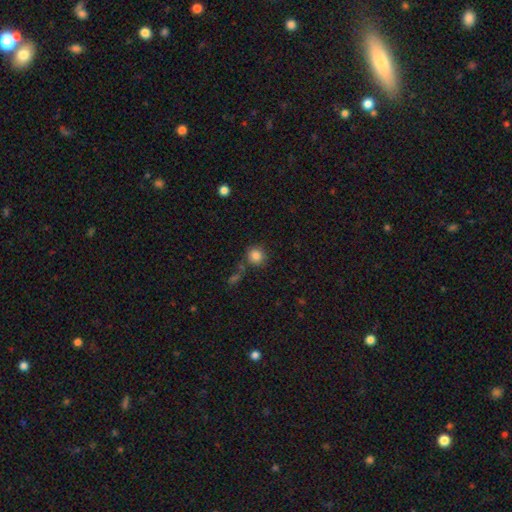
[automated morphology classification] smooth_or_featured: smooth (p=0.84) [alt: star or artifact p=0.10]
how_rounded: round (p=0.89) [alt: in between p=0.10]
merging: none (p=0.76) [alt: minor disturbance p=0.11]